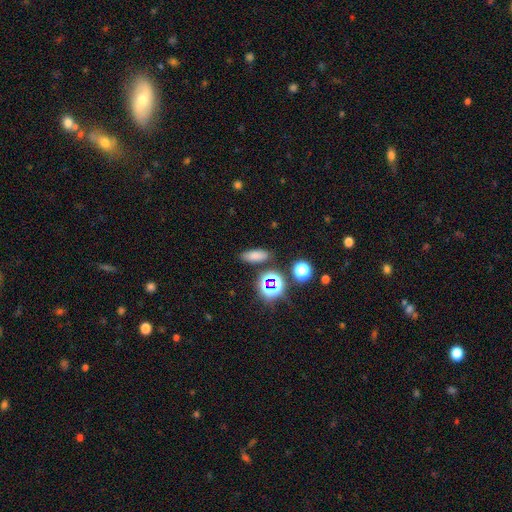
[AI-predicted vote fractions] Morphology: type=smooth (72%); roundness=in between (71%); merging=none (83%).